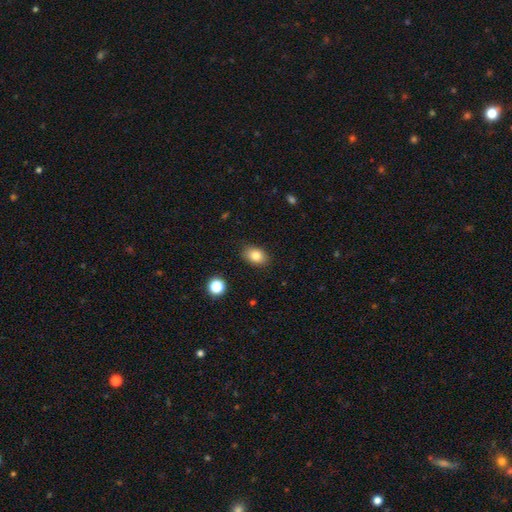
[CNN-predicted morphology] A smooth galaxy with no disk features (83%) that is in between round and cigar-shaped (79%). Merging: none (86%).